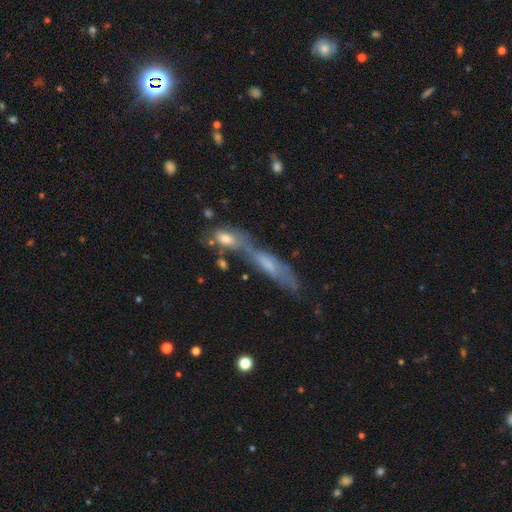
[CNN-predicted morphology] type=featured or disk (49%); merging=none (44%).